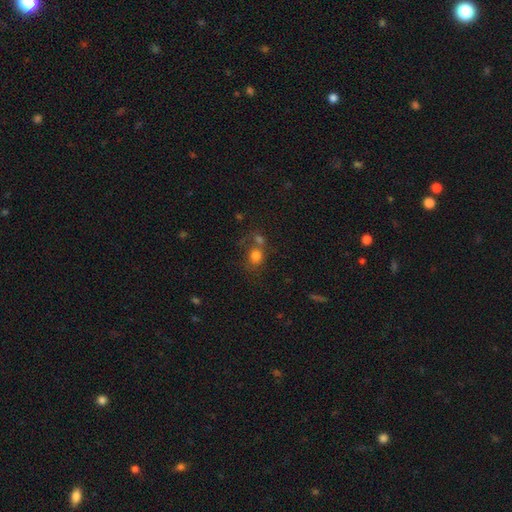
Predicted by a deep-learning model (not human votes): Smooth or featured?
  - smooth: 77% *
  - star or artifact: 12%
  - featured or disk: 11%
How rounded?
  - round: 68% *
  - in between: 31%
  - cigar-shaped: 1%
Merging?
  - none: 43% *
  - merger: 37%
  - minor disturbance: 12%
  - major disturbance: 8%